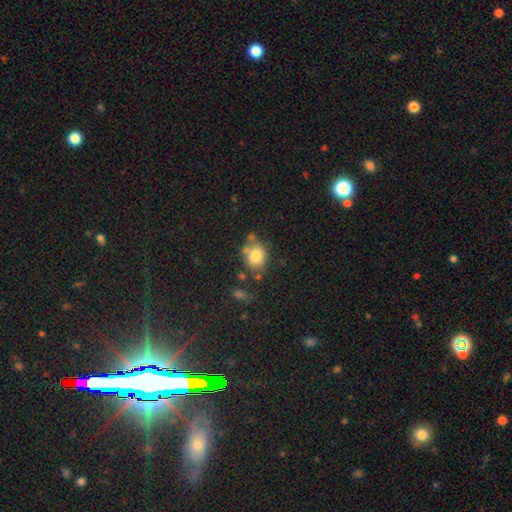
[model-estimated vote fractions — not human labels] Smooth or featured: smooth — 78% (featured or disk — 12%)
How rounded: round — 52% (in between — 47%)
Merging: none — 61% (minor disturbance — 19%)